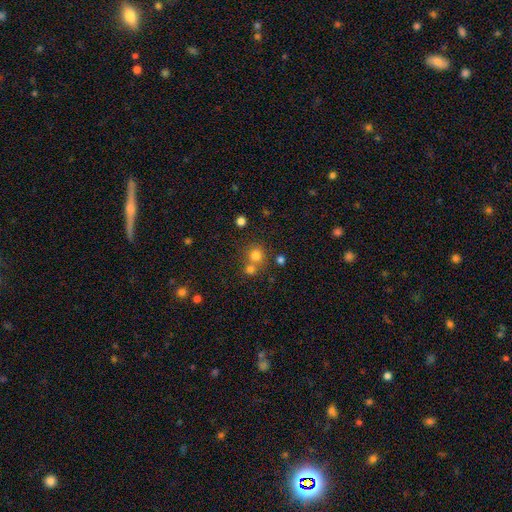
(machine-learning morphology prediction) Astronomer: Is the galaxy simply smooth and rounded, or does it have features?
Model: smooth — 76%.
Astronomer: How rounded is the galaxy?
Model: round — 89%.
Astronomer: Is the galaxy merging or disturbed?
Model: none — 56% (runner-up: merger, 35%).